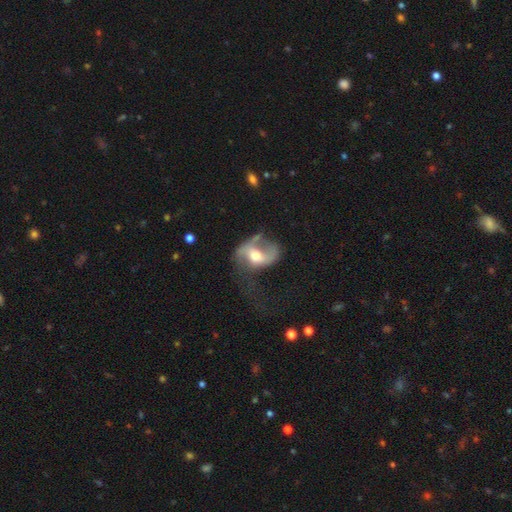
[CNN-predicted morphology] A featured or disk galaxy (68%) with no bar (49%), spiral arms (73%) and a moderate central bulge (65%).

Vote fractions:
- Smooth or featured? featured or disk: 68% / smooth: 25% / star or artifact: 7%
- Edge-on disk? no: 96% / yes: 4%
- Bar? no: 49% / weak: 36% / strong: 15%
- Spiral arms? yes: 73% / no: 27%
- Bulge size? moderate: 65% / large: 20% / small: 11% / none: 2% / dominant: 2%
- Merging? major disturbance: 43% / none: 29% / minor disturbance: 22% / merger: 5%